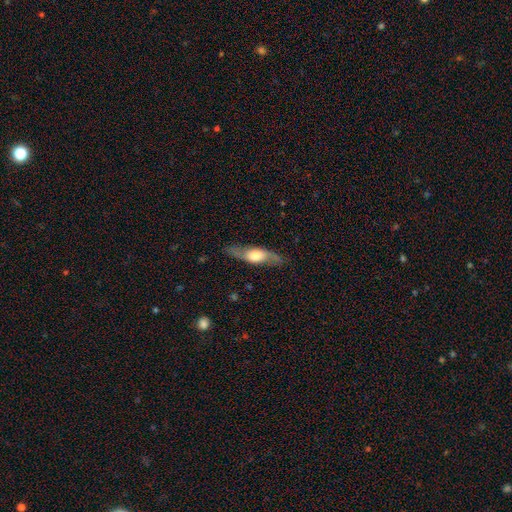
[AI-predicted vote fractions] A featured or disk galaxy (56%) viewed edge-on (59%). Merging: none (79%).